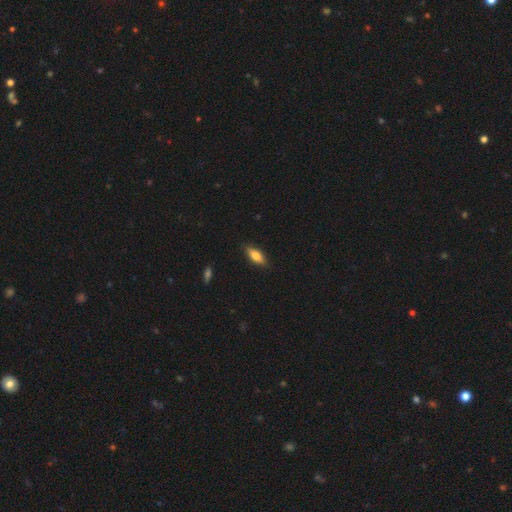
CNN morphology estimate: Q: Smooth or featured?
A: smooth (72%); runner-up: featured or disk (21%)
Q: How rounded?
A: in between (67%); runner-up: cigar-shaped (31%)
Q: Merging?
A: none (86%); runner-up: minor disturbance (11%)